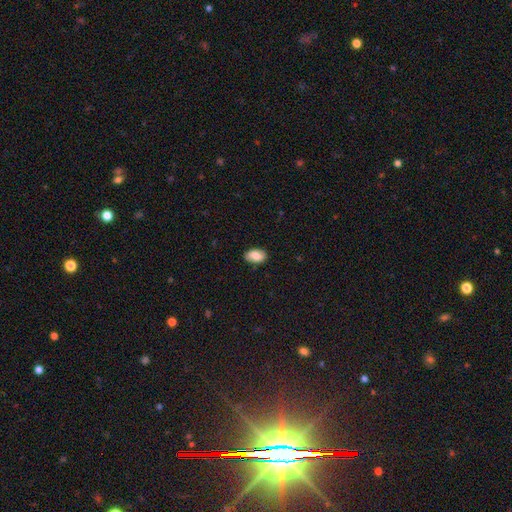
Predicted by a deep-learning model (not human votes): A smooth galaxy with no disk features (81%) that is in between round and cigar-shaped (92%).

Vote fractions:
- Smooth or featured? smooth: 81% / featured or disk: 12% / star or artifact: 7%
- How rounded? in between: 92% / round: 6% / cigar-shaped: 2%
- Merging? none: 85% / minor disturbance: 12% / major disturbance: 2% / merger: 1%